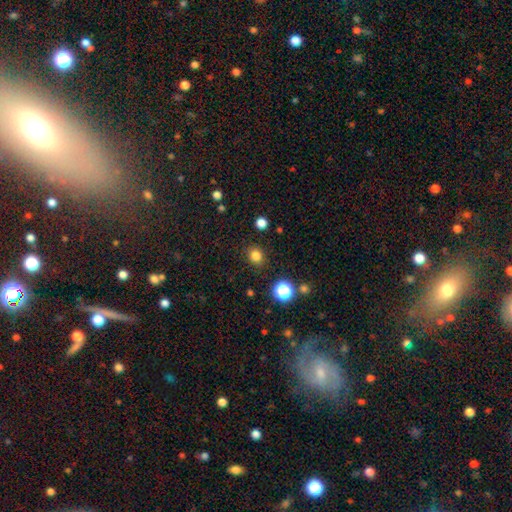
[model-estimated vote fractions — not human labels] Smooth or featured? smooth (81%)
How rounded? round (76%)
Merging? none (88%)